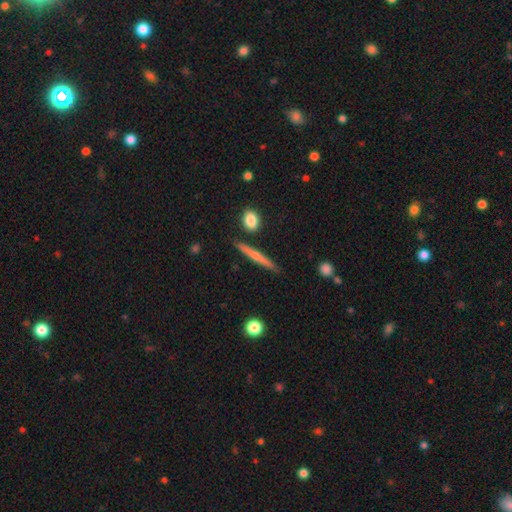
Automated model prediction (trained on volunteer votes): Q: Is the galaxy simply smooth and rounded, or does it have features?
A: smooth — 54%.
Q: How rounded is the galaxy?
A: cigar-shaped — 94%.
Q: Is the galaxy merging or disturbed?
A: none — 88%.